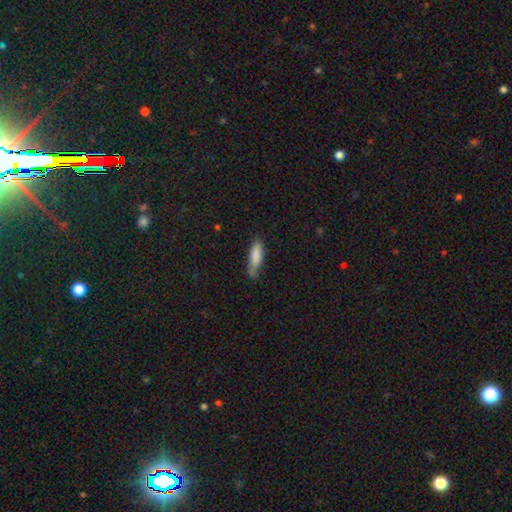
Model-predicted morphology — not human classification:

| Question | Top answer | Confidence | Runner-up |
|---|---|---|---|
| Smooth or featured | smooth | 84% | featured or disk (9%) |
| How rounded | cigar-shaped | 57% | in between (42%) |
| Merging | none | 58% | minor disturbance (30%) |